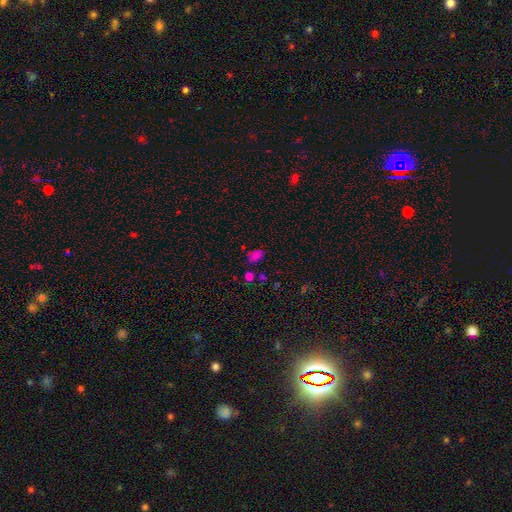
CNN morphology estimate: This is likely a smooth galaxy (71%). How rounded: clearly in between (82%). Merging: likely none (71%).